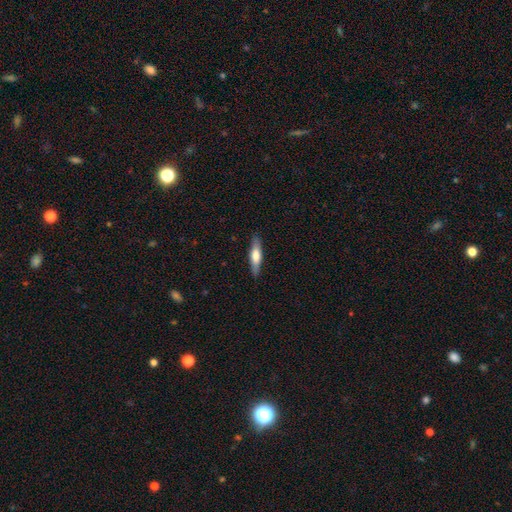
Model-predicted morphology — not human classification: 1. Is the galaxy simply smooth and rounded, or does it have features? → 57% smooth, 38% featured or disk, 5% star or artifact.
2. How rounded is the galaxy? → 74% cigar-shaped, 24% in between, 2% round.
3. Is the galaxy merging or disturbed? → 87% none, 10% minor disturbance, 2% major disturbance, 1% merger.